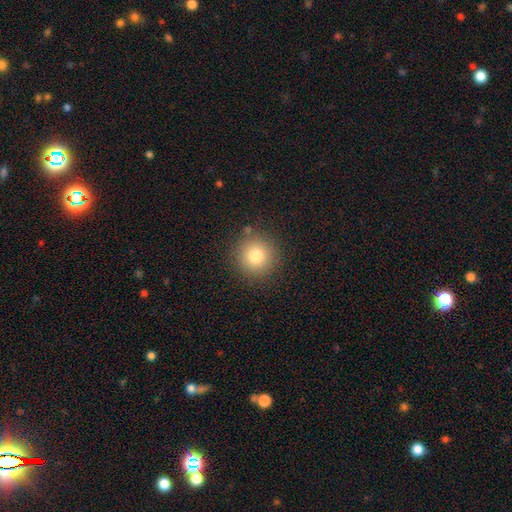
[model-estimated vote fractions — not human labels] Smooth or featured? Predicted: smooth (p=0.79). How rounded? Predicted: round (p=0.95). Merging? Predicted: none (p=0.87).